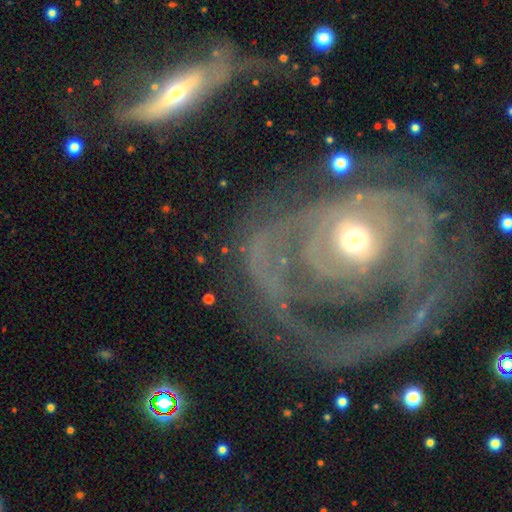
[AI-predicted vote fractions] Q: Smooth or featured?
A: featured or disk (78%); runner-up: smooth (14%)
Q: Edge-on disk?
A: no (93%); runner-up: yes (7%)
Q: Bar?
A: no (69%); runner-up: weak (20%)
Q: Spiral arms?
A: yes (65%); runner-up: no (35%)
Q: Bulge size?
A: moderate (60%); runner-up: small (29%)
Q: Merging?
A: none (40%); runner-up: major disturbance (33%)